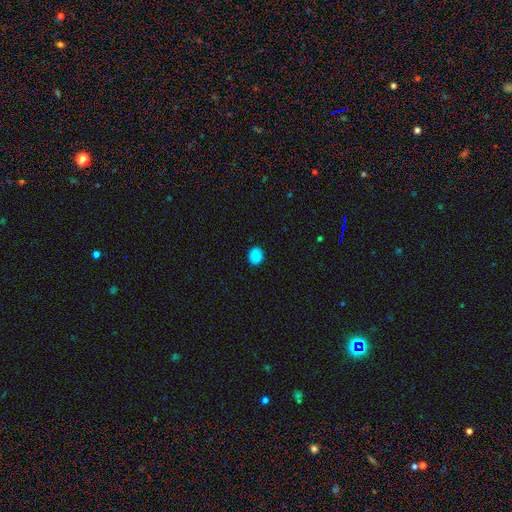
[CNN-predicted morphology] smooth-or-featured: smooth: 87% | star or artifact: 10% | featured or disk: 3%
  how-rounded: round: 75% | in between: 24% | cigar-shaped: 1%
  merging: none: 89% | minor disturbance: 8% | major disturbance: 2% | merger: 1%